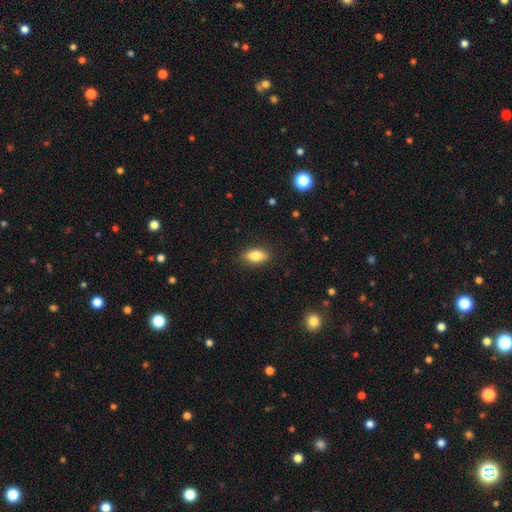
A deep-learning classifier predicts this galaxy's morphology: Smooth or featured?
  - smooth: 84% *
  - featured or disk: 9%
  - star or artifact: 7%
How rounded?
  - in between: 87% *
  - cigar-shaped: 8%
  - round: 5%
Merging?
  - none: 87% *
  - minor disturbance: 9%
  - major disturbance: 2%
  - merger: 1%